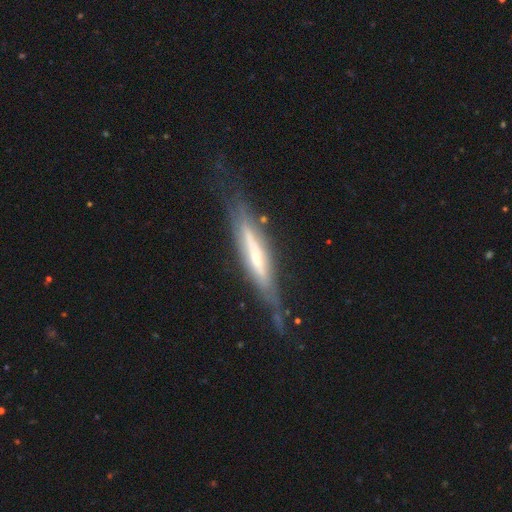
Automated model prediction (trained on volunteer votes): Smooth or featured? Predicted: featured or disk (p=0.74). Edge-on disk? Predicted: yes (p=0.86). Edge-on bulge? Predicted: rounded (p=0.50). Merging? Predicted: none (p=0.66).